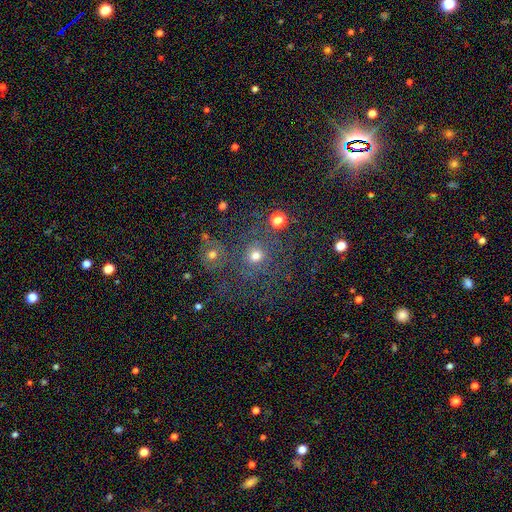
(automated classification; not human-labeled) The model was most divided on "smooth or featured": smooth: 63%, star or artifact: 22%, featured or disk: 15%. More confident: how rounded — round (87%); merging — none (67%).